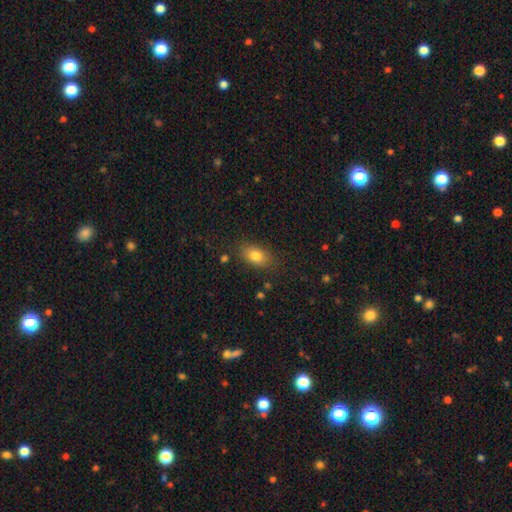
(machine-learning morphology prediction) type=smooth (81%); roundness=in between (84%); merging=none (82%).